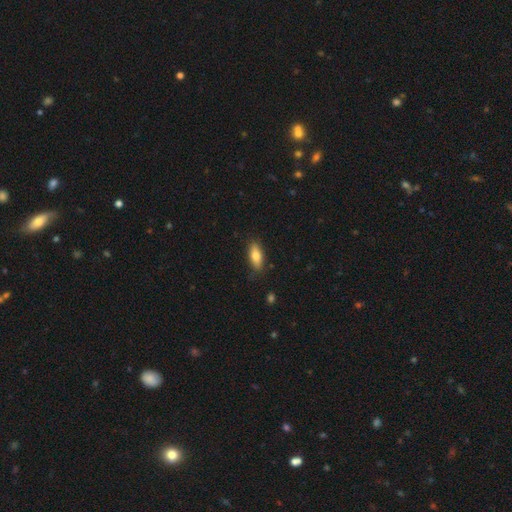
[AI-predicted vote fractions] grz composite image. It shows a smooth galaxy with no disk features (81%) that is in between round and cigar-shaped (78%). Merging: none (83%).